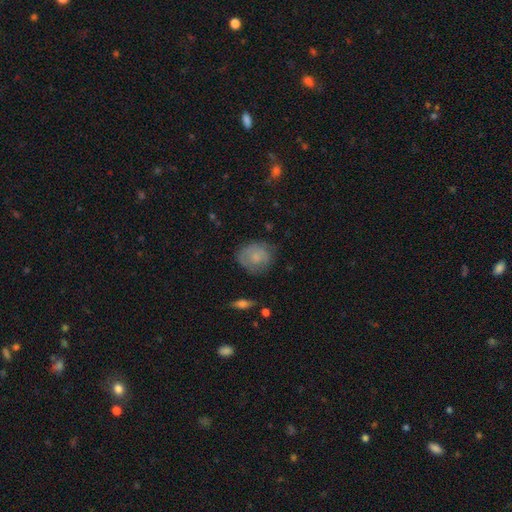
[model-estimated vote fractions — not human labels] Morphology: type=smooth (64%); roundness=round (70%); merging=none (65%).